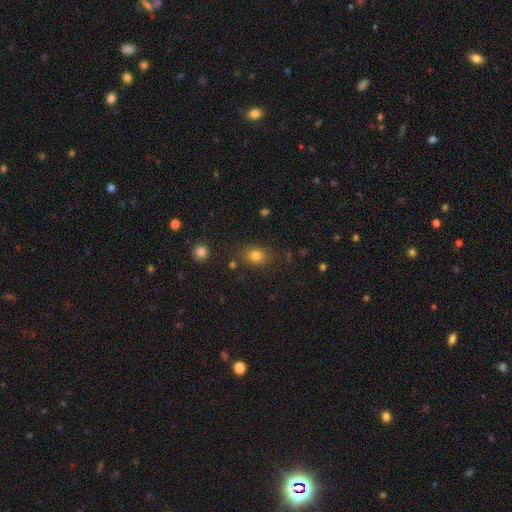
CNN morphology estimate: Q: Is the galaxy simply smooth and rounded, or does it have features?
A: smooth — 80%.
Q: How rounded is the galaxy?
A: in between — 52%.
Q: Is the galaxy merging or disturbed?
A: none — 79%.